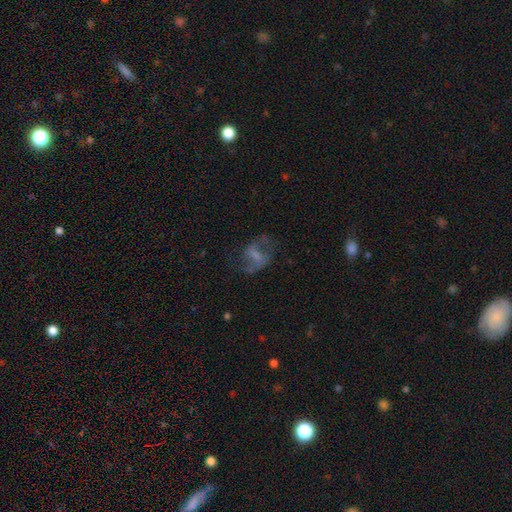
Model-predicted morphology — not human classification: This is likely a featured or disk galaxy (69%). It is clearly not viewed edge-on (97%). Bar: possibly weak (46%). Spiral arm pattern: likely yes (79%). Spiral arm count: clearly 2 (85%). Spiral winding: possibly loose (57%). Central bulge: marginally none (44%). Merging: possibly none (58%).